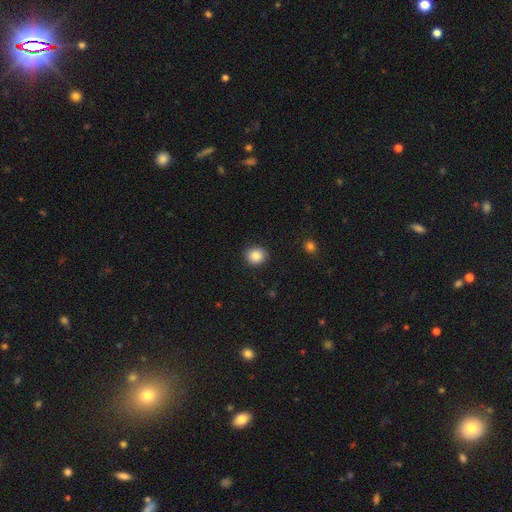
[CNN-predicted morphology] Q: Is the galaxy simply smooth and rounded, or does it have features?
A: smooth — 86%.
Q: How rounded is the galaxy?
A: round — 84%.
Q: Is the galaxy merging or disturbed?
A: none — 91%.